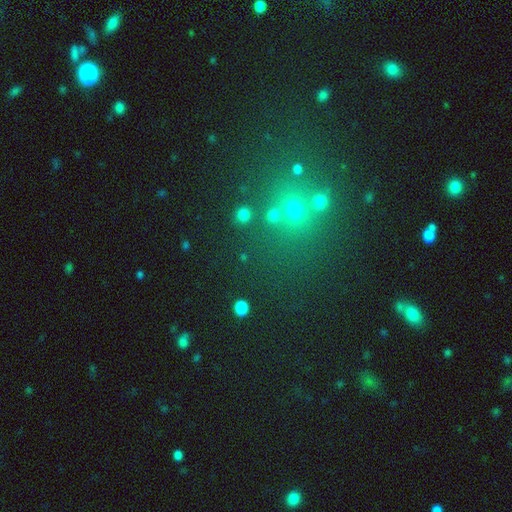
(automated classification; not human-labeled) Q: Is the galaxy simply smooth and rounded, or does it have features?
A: star or artifact — 55%.